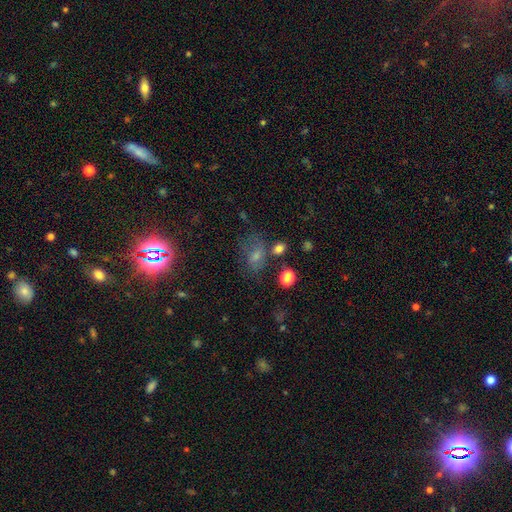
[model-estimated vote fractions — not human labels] A smooth galaxy with no disk features (40%).

Vote fractions:
- Smooth or featured? smooth: 40% / star or artifact: 39% / featured or disk: 21%
- Merging? none: 61% / minor disturbance: 20% / major disturbance: 12% / merger: 7%